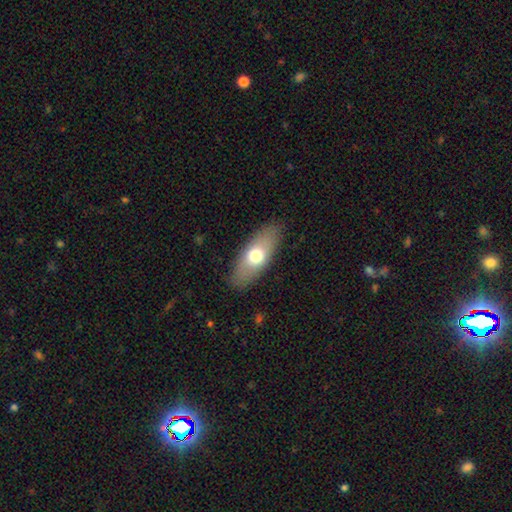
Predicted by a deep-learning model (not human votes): Smooth or featured?
  - smooth: 66% *
  - featured or disk: 28%
  - star or artifact: 6%
How rounded?
  - in between: 79% *
  - cigar-shaped: 18%
  - round: 3%
Merging?
  - none: 87% *
  - minor disturbance: 9%
  - major disturbance: 3%
  - merger: 1%